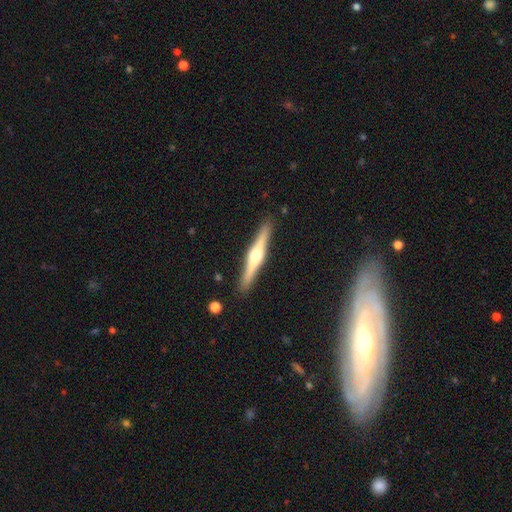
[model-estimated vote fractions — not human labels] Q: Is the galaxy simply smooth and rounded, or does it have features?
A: featured or disk — 71%.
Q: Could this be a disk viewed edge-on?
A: yes — 98%.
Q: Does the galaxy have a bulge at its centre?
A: rounded — 92%.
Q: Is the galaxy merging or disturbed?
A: none — 90%.